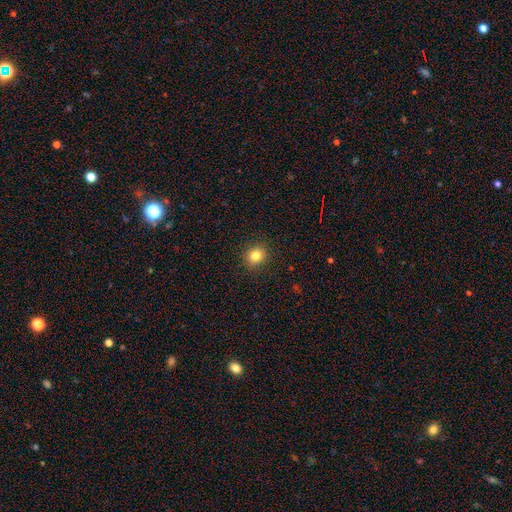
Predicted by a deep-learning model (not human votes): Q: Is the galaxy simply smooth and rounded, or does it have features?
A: smooth — 83%.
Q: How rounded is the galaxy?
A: round — 75%.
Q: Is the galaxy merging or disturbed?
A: none — 90%.